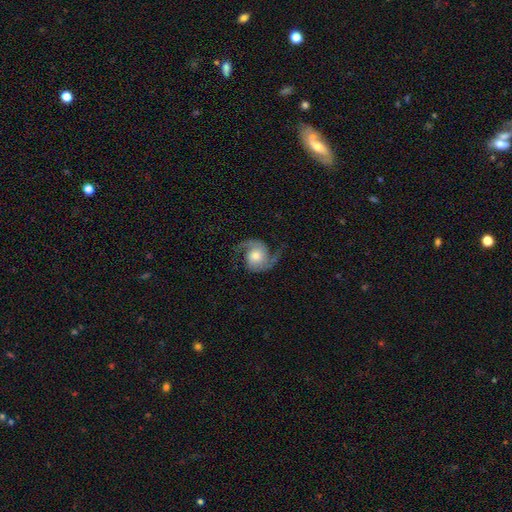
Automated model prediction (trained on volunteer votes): Smooth or featured? Predicted: featured or disk (p=0.88). Edge-on disk? Predicted: no (p=0.98). Bar? Predicted: no (p=0.70). Spiral arms? Predicted: yes (p=0.98). Spiral winding? Predicted: medium (p=0.50). Spiral arm count? Predicted: 2 (p=0.94). Bulge size? Predicted: moderate (p=0.57). Merging? Predicted: none (p=0.78).